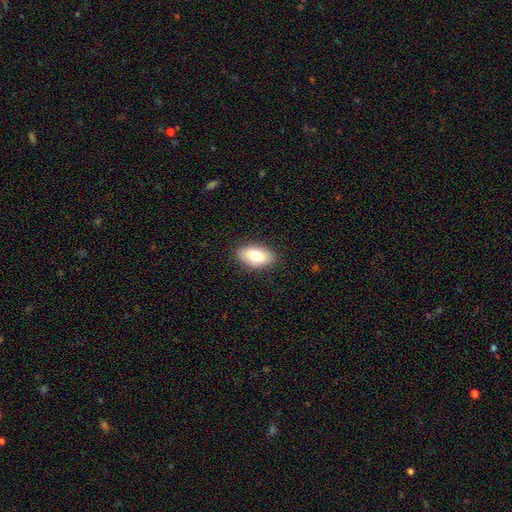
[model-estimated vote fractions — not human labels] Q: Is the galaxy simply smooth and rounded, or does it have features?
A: smooth — 79%.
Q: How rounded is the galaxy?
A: in between — 92%.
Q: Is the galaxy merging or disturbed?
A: none — 87%.